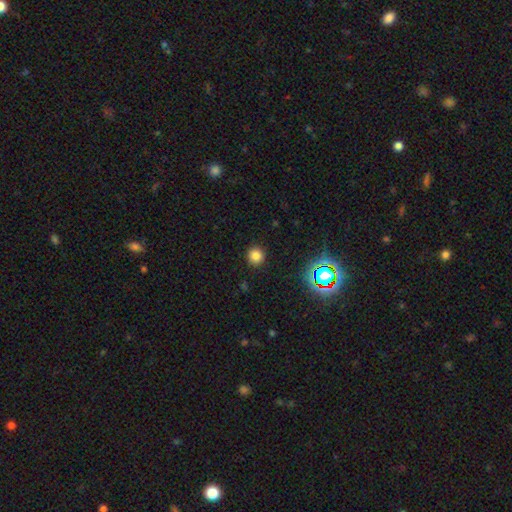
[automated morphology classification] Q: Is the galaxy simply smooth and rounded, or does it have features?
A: smooth — 79%.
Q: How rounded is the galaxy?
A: round — 92%.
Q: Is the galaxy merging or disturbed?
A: none — 91%.